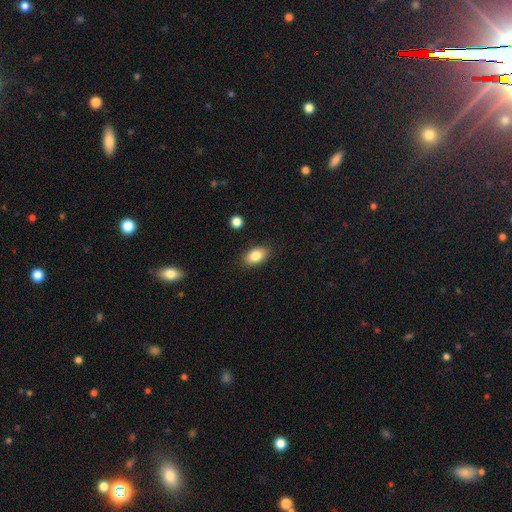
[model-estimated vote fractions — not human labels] This appears to be a smooth galaxy with no disk features (83%) that is in between round and cigar-shaped (90%). Merging: none (88%).